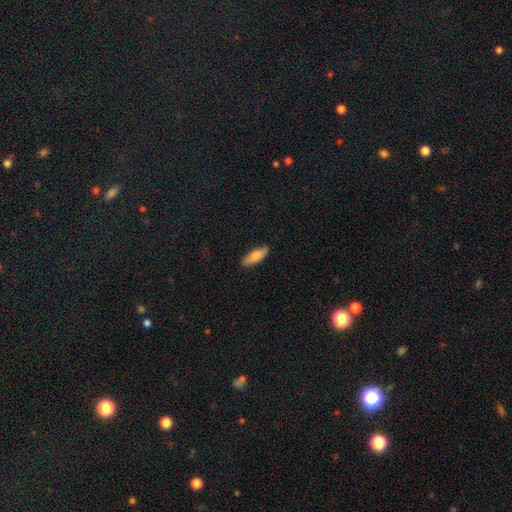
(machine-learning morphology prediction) type=smooth (81%); roundness=in between (64%); merging=none (86%).